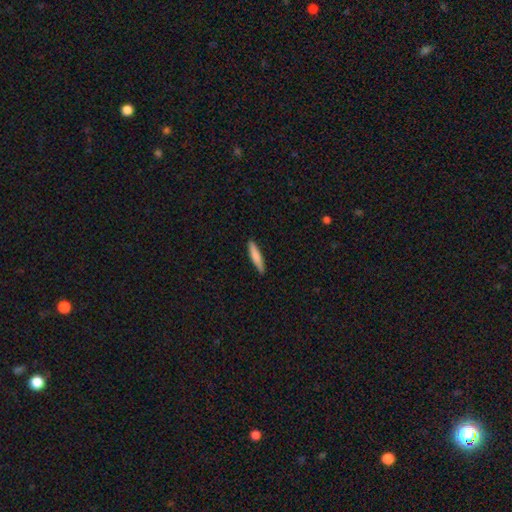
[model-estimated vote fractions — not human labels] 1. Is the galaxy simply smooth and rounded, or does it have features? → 78% smooth, 16% featured or disk, 5% star or artifact.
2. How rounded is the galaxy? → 88% cigar-shaped, 10% in between, 1% round.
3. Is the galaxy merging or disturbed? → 88% none, 9% minor disturbance, 2% major disturbance, 1% merger.